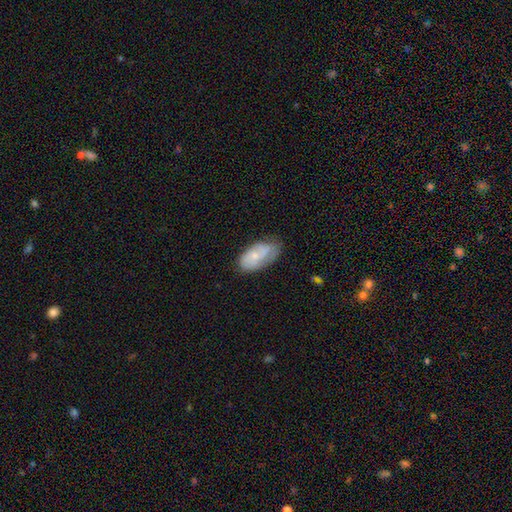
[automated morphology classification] Q: Smooth or featured?
A: featured or disk (49%); runner-up: smooth (44%)
Q: Merging?
A: none (59%); runner-up: minor disturbance (30%)